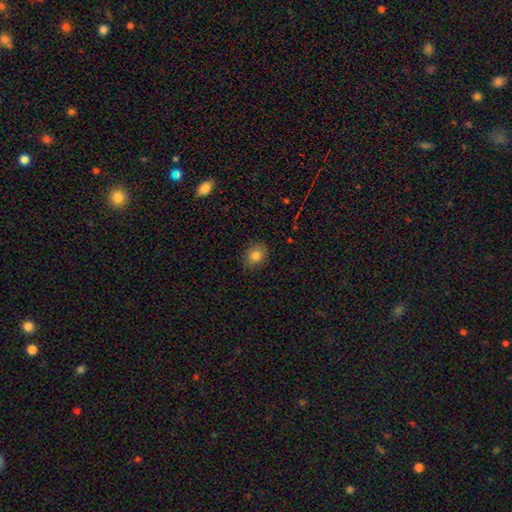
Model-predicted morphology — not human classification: A smooth galaxy with no disk features (81%) that is round (66%). Merging: none (87%).